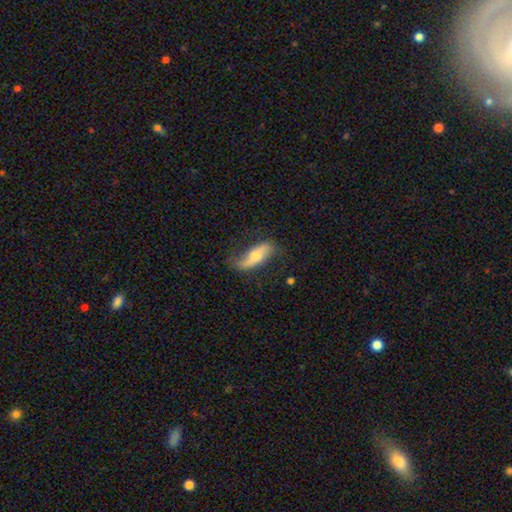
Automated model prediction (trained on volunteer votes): Q: Smooth or featured?
A: featured or disk (58%); runner-up: smooth (35%)
Q: Edge-on disk?
A: no (71%); runner-up: yes (29%)
Q: Merging?
A: none (67%); runner-up: minor disturbance (23%)